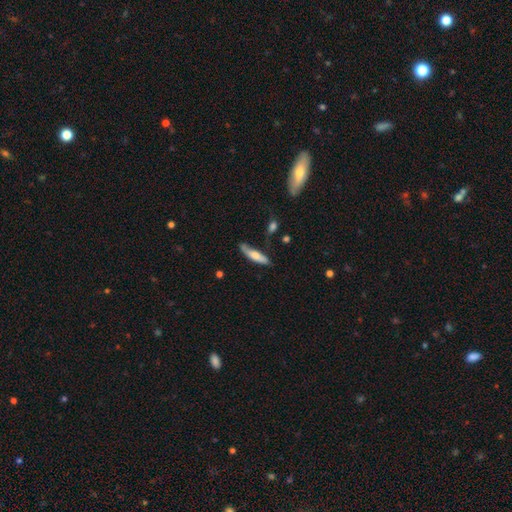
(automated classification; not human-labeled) A smooth galaxy with no disk features (60%) that is cigar-shaped (70%). Merging: none (64%).